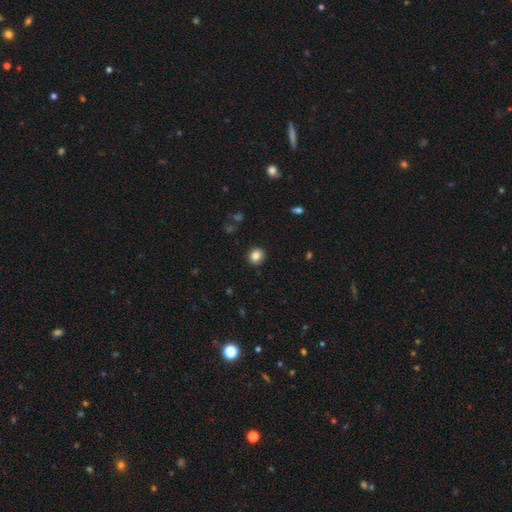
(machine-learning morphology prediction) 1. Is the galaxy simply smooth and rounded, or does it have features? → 85% smooth, 10% star or artifact, 5% featured or disk.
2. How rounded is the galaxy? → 87% round, 12% in between, 1% cigar-shaped.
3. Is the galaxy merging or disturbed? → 91% none, 6% minor disturbance, 2% major disturbance, 1% merger.